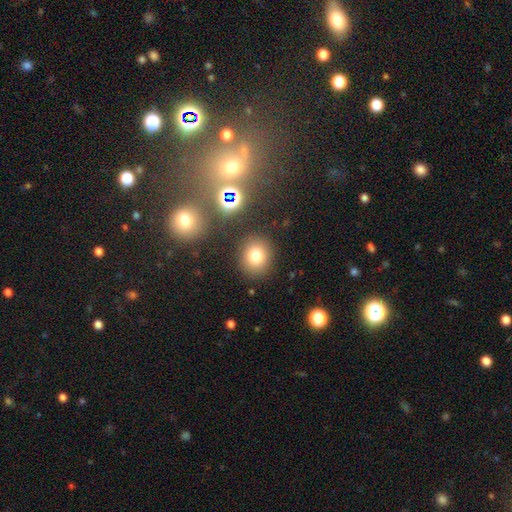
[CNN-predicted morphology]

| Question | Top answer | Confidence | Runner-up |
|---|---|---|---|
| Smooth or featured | smooth | 77% | star or artifact (15%) |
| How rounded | round | 80% | in between (19%) |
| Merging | none | 85% | minor disturbance (8%) |